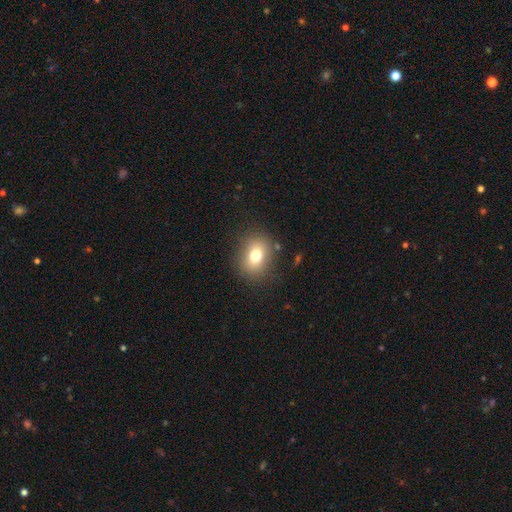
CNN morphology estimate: smooth 75%, featured or disk 13%, star or artifact 12%. Down the decision tree: how rounded — in between (54%); merging — none (84%).